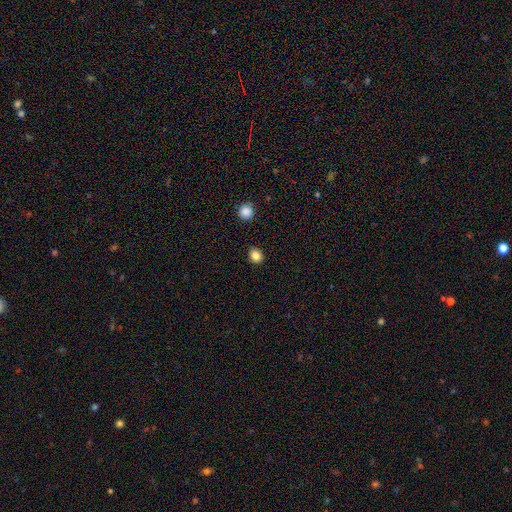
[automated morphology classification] type=smooth (84%); roundness=round (71%); merging=none (90%).